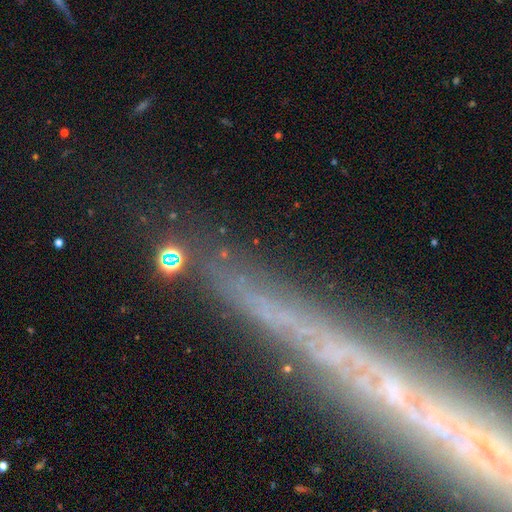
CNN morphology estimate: smooth_or_featured: featured or disk (p=0.53) [alt: star or artifact p=0.24]
disk_edge_on: yes (p=0.76) [alt: no p=0.24]
merging: none (p=0.76) [alt: minor disturbance p=0.13]